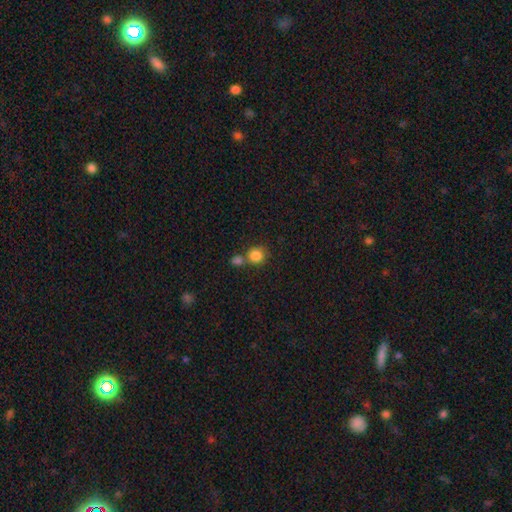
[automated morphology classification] This appears to be a smooth galaxy with no disk features (85%) that is round (88%). Merging: none (53%).